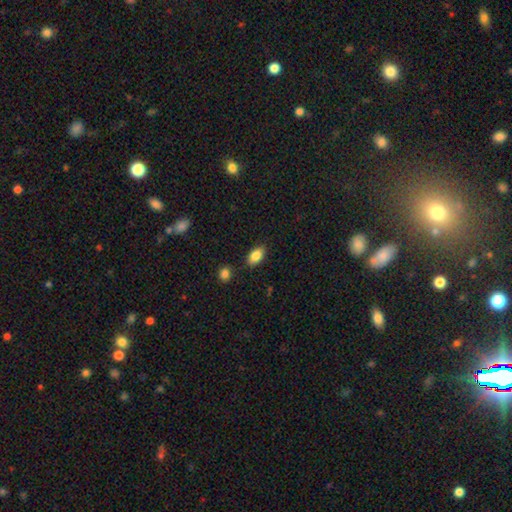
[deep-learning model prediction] The model was most divided on "merging": none: 83%, minor disturbance: 12%, merger: 3%, major disturbance: 3%. More confident: how rounded — in between (90%); smooth or featured — smooth (85%).